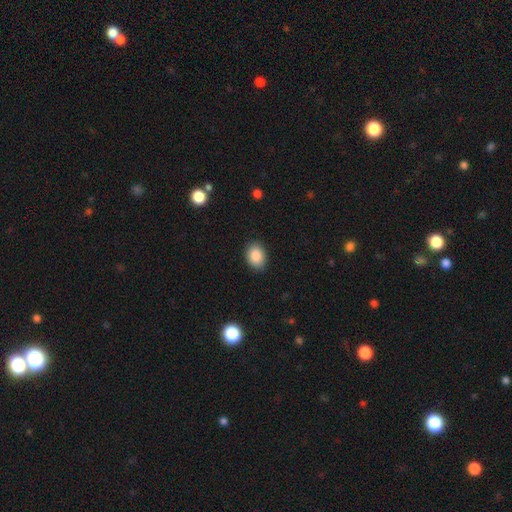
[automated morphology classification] type=smooth (88%); roundness=in between (68%); merging=none (87%).